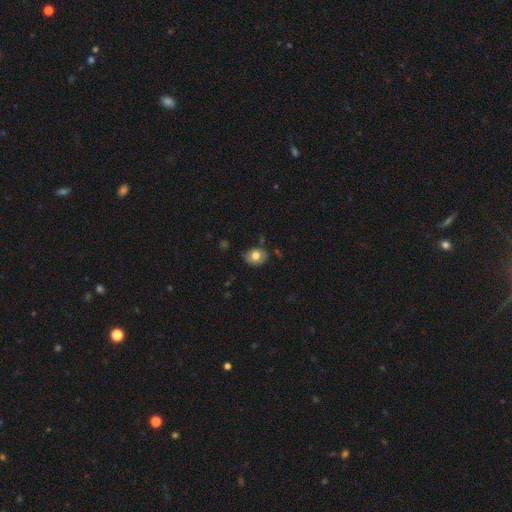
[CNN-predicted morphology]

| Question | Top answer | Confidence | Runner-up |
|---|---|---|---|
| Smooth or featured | smooth | 74% | featured or disk (18%) |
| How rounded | in between | 53% | round (46%) |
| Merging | none | 74% | minor disturbance (20%) |